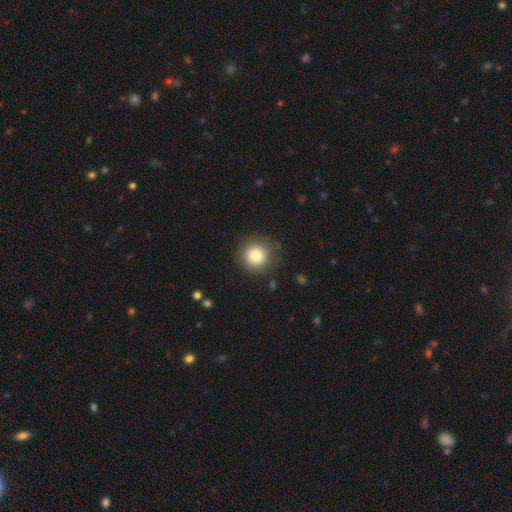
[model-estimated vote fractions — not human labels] A smooth galaxy with no disk features (82%) that is round (95%). Merging: none (85%).